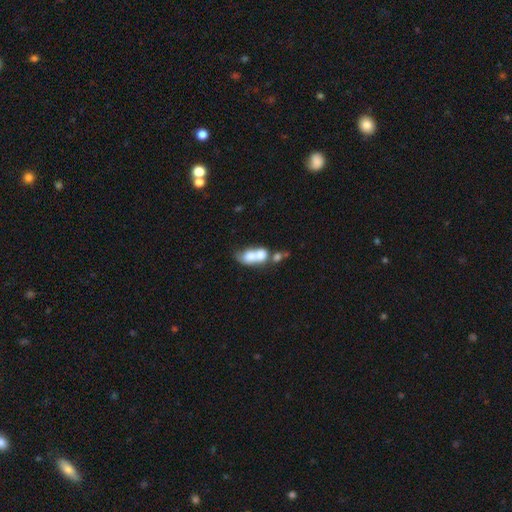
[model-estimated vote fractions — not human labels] A smooth galaxy with no disk features (64%) that is in between round and cigar-shaped (73%).

Vote fractions:
- Smooth or featured? smooth: 64% / featured or disk: 26% / star or artifact: 10%
- How rounded? in between: 73% / round: 21% / cigar-shaped: 7%
- Merging? merger: 72% / none: 14% / major disturbance: 8% / minor disturbance: 7%